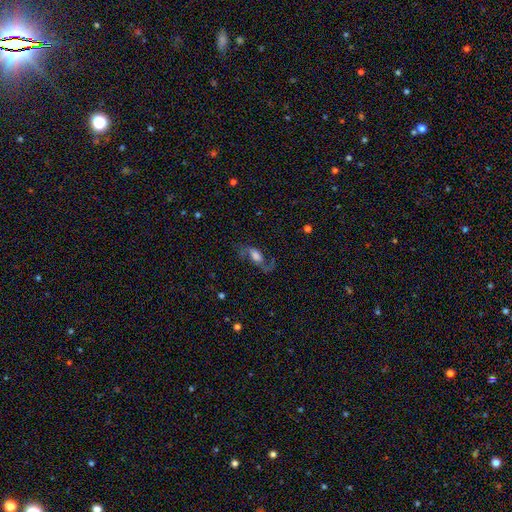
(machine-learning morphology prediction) This appears to be a featured or disk galaxy (65%) with no bar (47%), 2 (87%) loose (70%) spiral arms (88%) and a large central bulge (45%). Merging: none (58%).